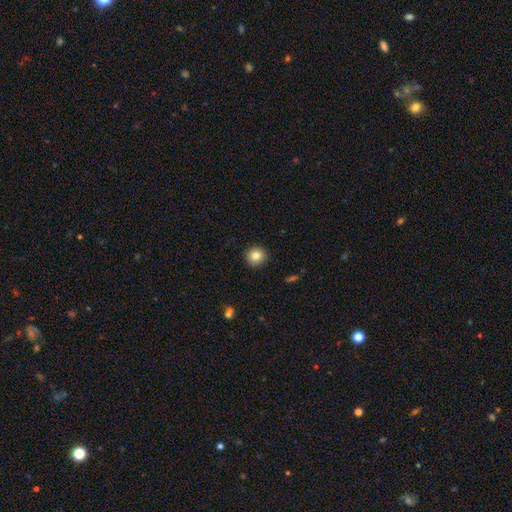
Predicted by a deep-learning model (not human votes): A smooth galaxy with no disk features (83%) that is round (92%). Merging: none (91%).